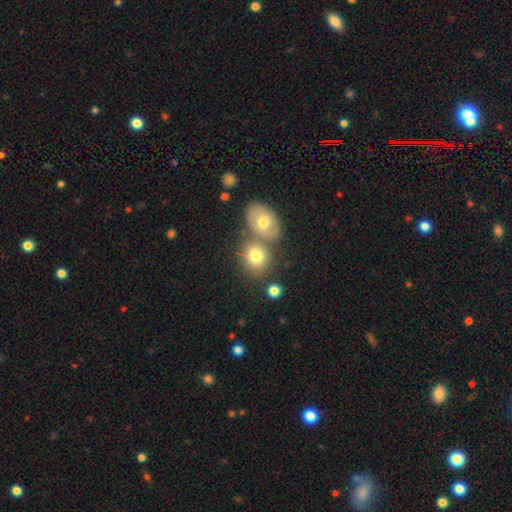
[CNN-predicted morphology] This appears to be a smooth galaxy with no disk features (74%) that is round (59%). Merging: none (47%).